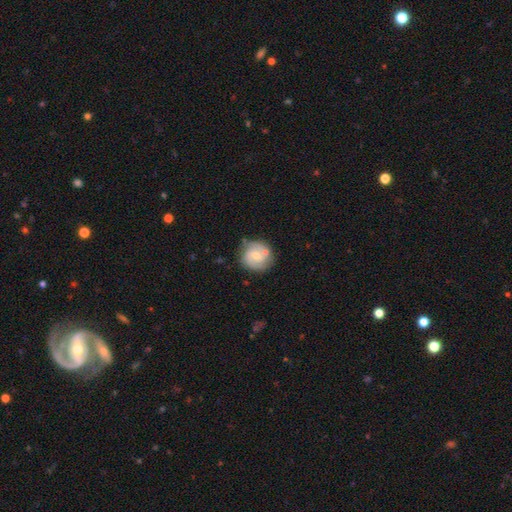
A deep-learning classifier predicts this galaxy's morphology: Overall: featured or disk (52%; smooth 41%). Edge-on disk: no (97%). Bar: no (59%; weak 34%). Spiral arms: yes (72%). Bulge size: moderate (57%; small 38%). Merging: none (67%).